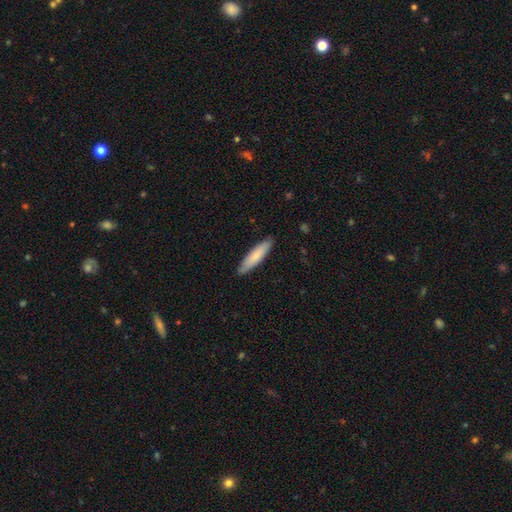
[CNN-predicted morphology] Smooth or featured: smooth — 79% (featured or disk — 16%)
How rounded: cigar-shaped — 78% (in between — 21%)
Merging: none — 87% (minor disturbance — 10%)